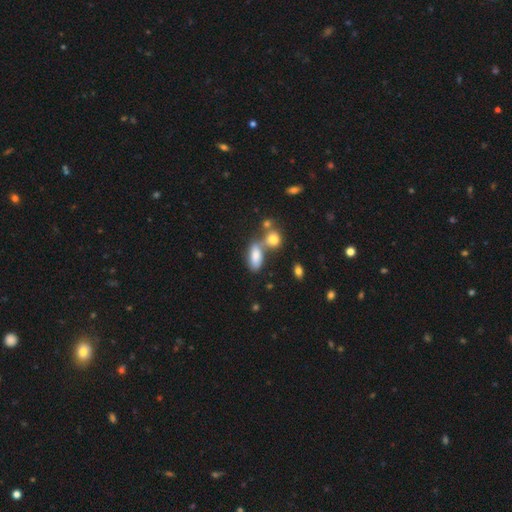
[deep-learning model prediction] A smooth galaxy with no disk features (79%) that is in between round and cigar-shaped (84%).

Vote fractions:
- Smooth or featured? smooth: 79% / featured or disk: 11% / star or artifact: 9%
- How rounded? in between: 84% / cigar-shaped: 11% / round: 5%
- Merging? merger: 40% / none: 39% / minor disturbance: 15% / major disturbance: 7%